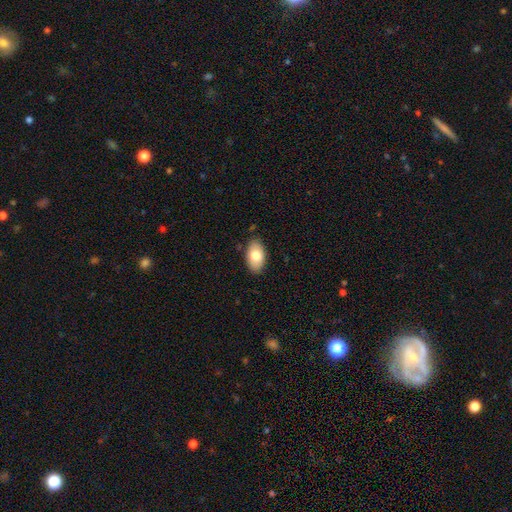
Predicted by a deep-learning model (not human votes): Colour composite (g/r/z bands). It shows a smooth galaxy with no disk features (80%) that is in between round and cigar-shaped (94%). Merging: none (86%).